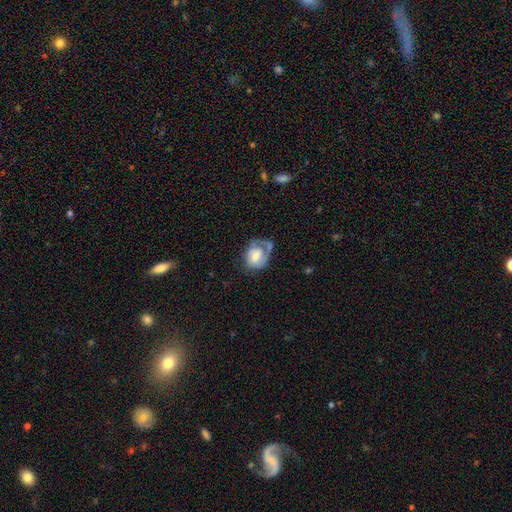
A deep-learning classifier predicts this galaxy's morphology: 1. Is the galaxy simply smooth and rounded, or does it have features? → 49% featured or disk, 44% smooth, 7% star or artifact.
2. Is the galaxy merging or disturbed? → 37% none, 30% major disturbance, 28% minor disturbance, 5% merger.